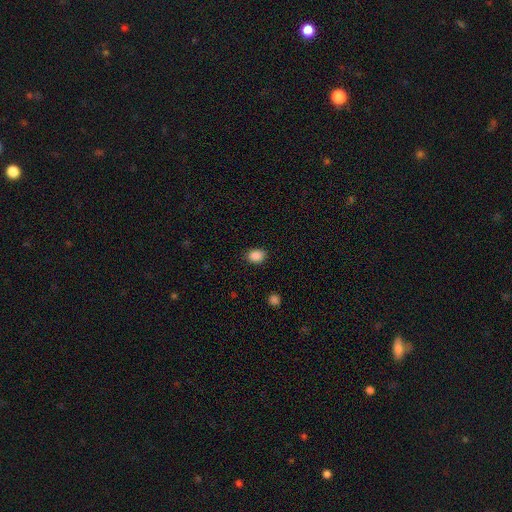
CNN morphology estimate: Q: Smooth or featured?
A: smooth (88%); runner-up: star or artifact (9%)
Q: How rounded?
A: in between (63%); runner-up: round (36%)
Q: Merging?
A: none (87%); runner-up: minor disturbance (10%)